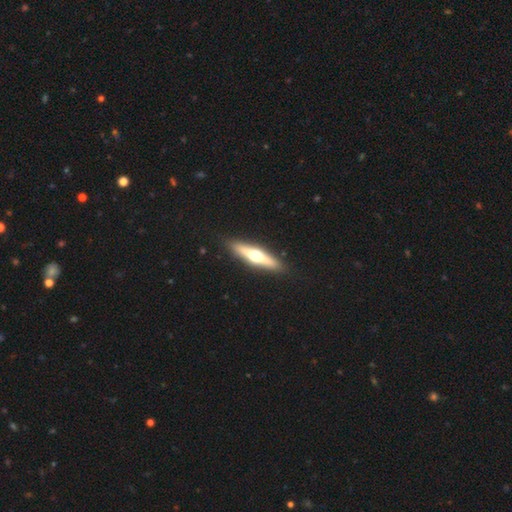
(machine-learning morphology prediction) smooth_or_featured: featured or disk (p=0.62) [alt: smooth p=0.32]
disk_edge_on: yes (p=0.95) [alt: no p=0.05]
edge_on_bulge: rounded (p=0.95) [alt: boxy p=0.03]
merging: none (p=0.91) [alt: minor disturbance p=0.07]